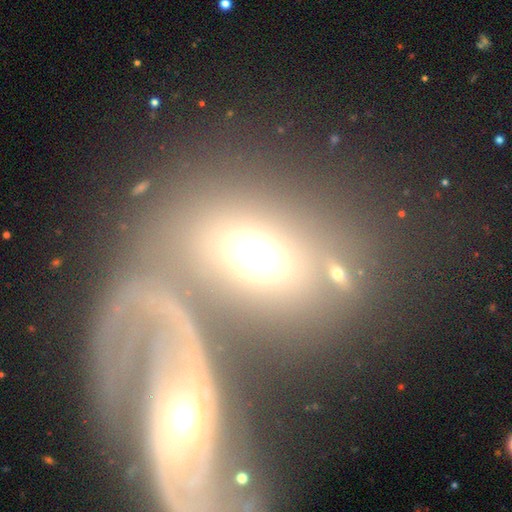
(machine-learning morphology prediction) smooth-or-featured: smooth: 59% | featured or disk: 23% | star or artifact: 18%
  how-rounded: in between: 67% | round: 28% | cigar-shaped: 5%
  merging: none: 50% | merger: 26% | minor disturbance: 13% | major disturbance: 11%